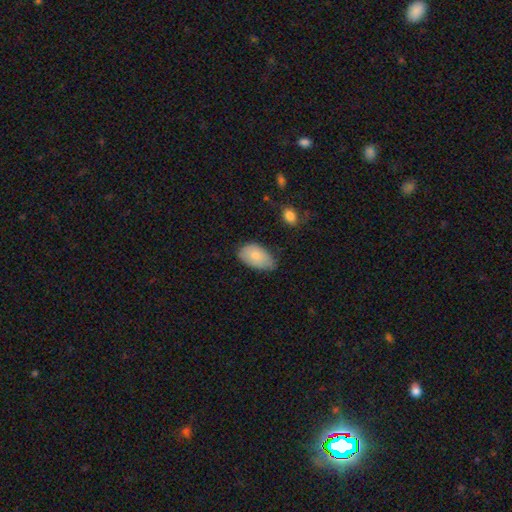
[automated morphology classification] Smooth or featured?
  - smooth: 80% *
  - featured or disk: 13%
  - star or artifact: 7%
How rounded?
  - in between: 93% *
  - round: 6%
  - cigar-shaped: 1%
Merging?
  - none: 55% *
  - minor disturbance: 36%
  - major disturbance: 6%
  - merger: 2%